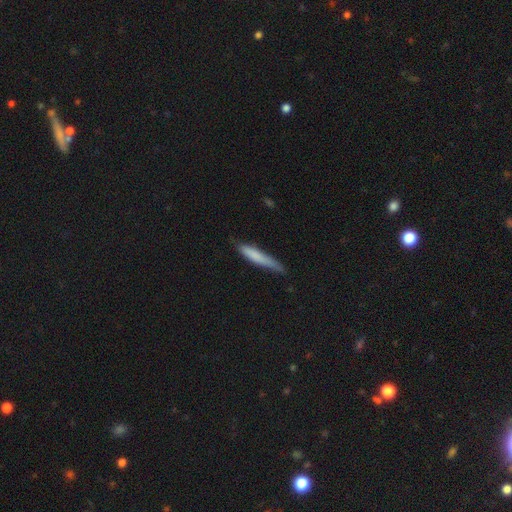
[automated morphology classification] Smooth or featured?
  - smooth: 74% *
  - featured or disk: 20%
  - star or artifact: 6%
How rounded?
  - cigar-shaped: 92% *
  - in between: 7%
  - round: 1%
Merging?
  - none: 65% *
  - minor disturbance: 28%
  - major disturbance: 5%
  - merger: 2%